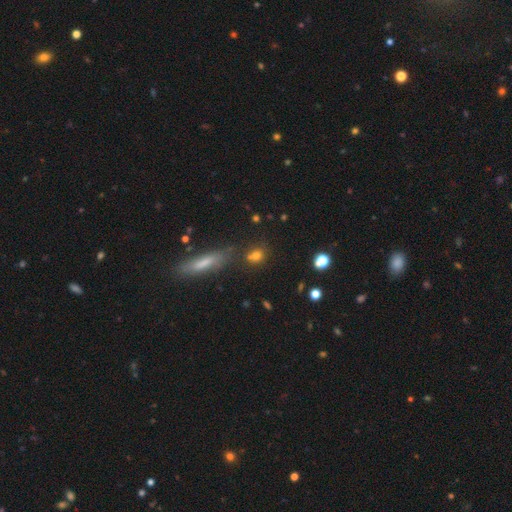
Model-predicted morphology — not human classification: Smooth or featured? smooth (72%)
How rounded? round (48%)
Merging? none (65%)